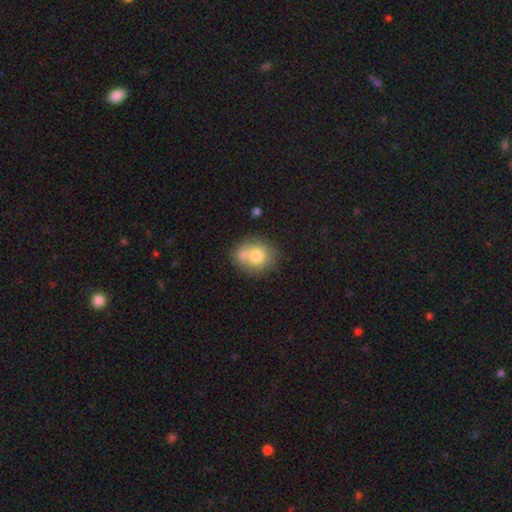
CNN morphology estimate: smooth_or_featured: smooth (p=0.74) [alt: featured or disk p=0.18]
how_rounded: round (p=0.64) [alt: in between p=0.35]
merging: none (p=0.45) [alt: merger p=0.34]